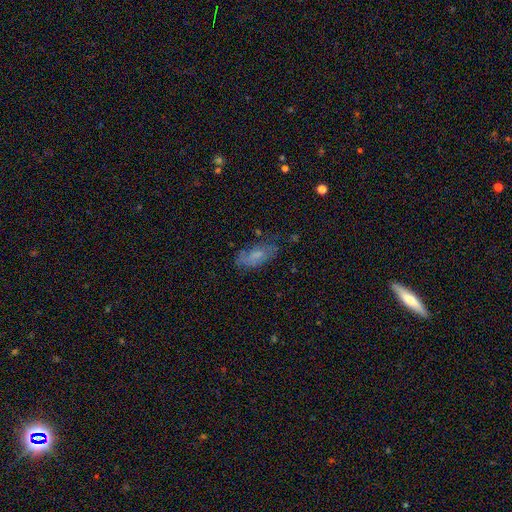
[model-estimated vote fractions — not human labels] Smooth or featured? smooth (58%)
How rounded? in between (84%)
Merging? none (62%)